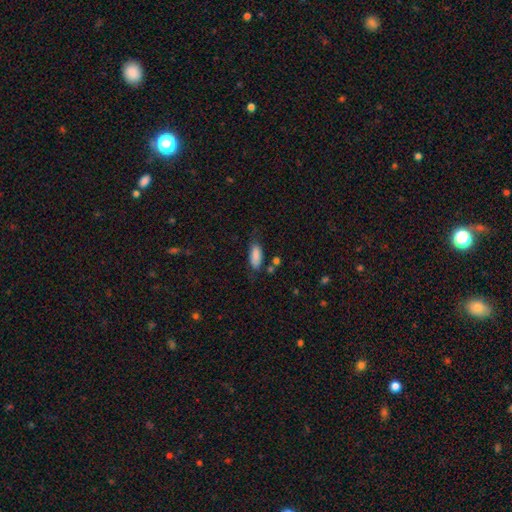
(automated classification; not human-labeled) smooth 86%, star or artifact 7%, featured or disk 7%. Down the decision tree: how rounded — in between (82%); merging — none (68%).